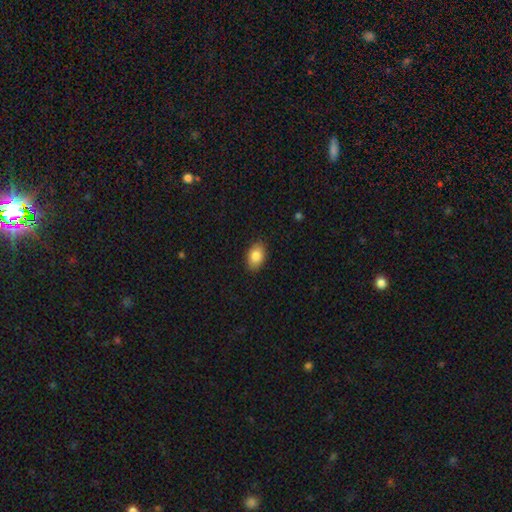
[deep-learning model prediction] Smooth or featured? Predicted: smooth (p=0.85). How rounded? Predicted: in between (p=0.89). Merging? Predicted: none (p=0.88).